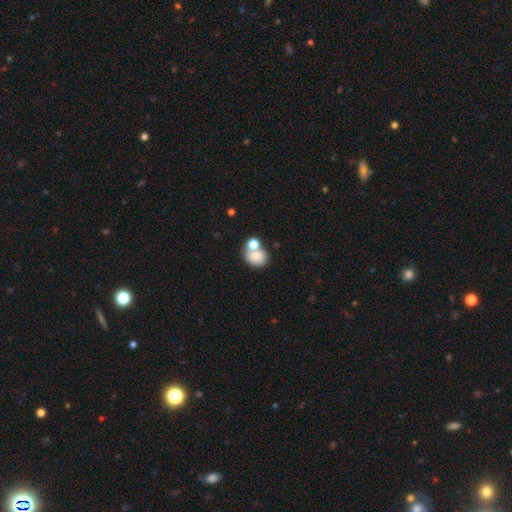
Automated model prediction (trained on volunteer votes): This is likely a smooth galaxy (78%). How rounded: possibly round (56%). Merging: marginally none (42%).